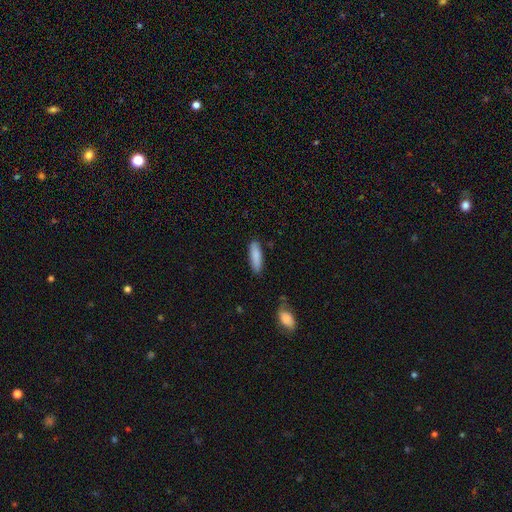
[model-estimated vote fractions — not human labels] Morphology: type=smooth (86%); roundness=cigar-shaped (57%); merging=none (85%).